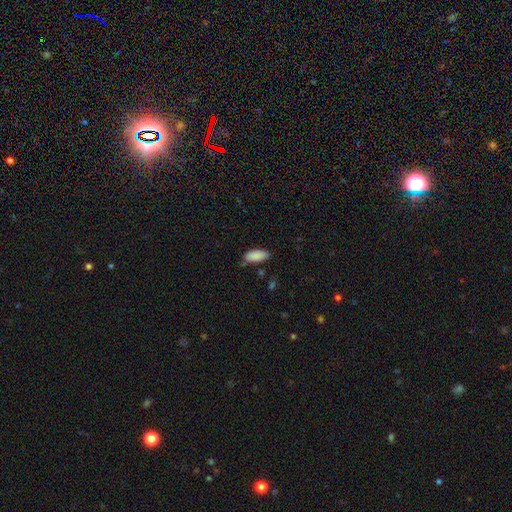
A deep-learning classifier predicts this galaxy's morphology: type=smooth (89%); roundness=in between (85%); merging=none (70%).